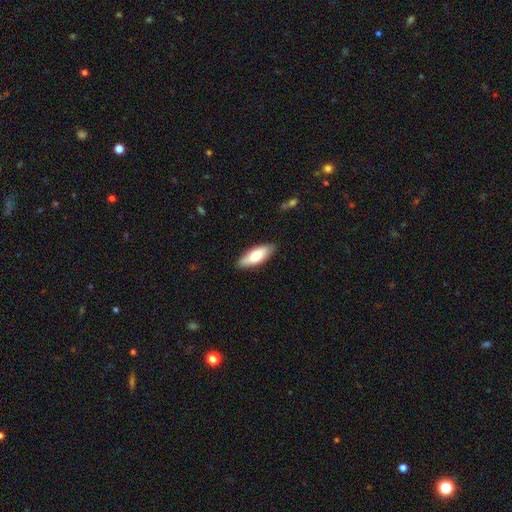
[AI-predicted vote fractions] This is likely a smooth galaxy (72%). How rounded: likely in between (68%). Merging: clearly none (86%).